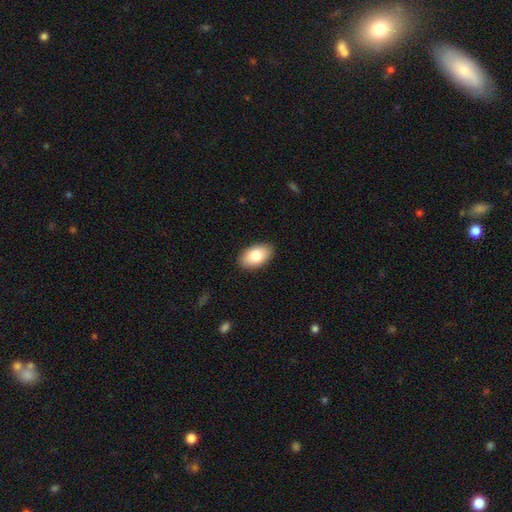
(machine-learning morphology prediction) Smooth or featured?
  - smooth: 81% *
  - featured or disk: 12%
  - star or artifact: 6%
How rounded?
  - in between: 94% *
  - round: 4%
  - cigar-shaped: 1%
Merging?
  - none: 89% *
  - minor disturbance: 8%
  - major disturbance: 2%
  - merger: 1%